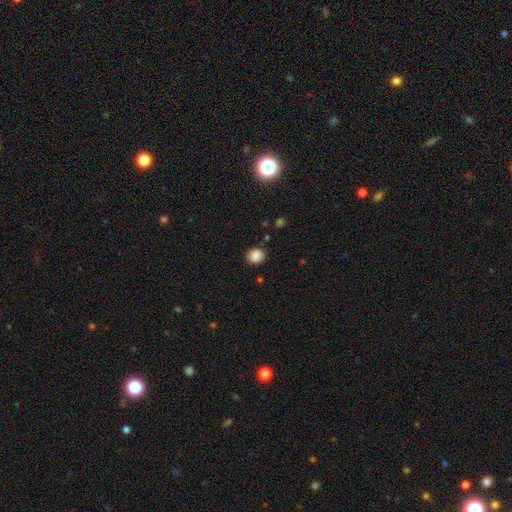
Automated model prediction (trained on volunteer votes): Q: Smooth or featured?
A: smooth (87%); runner-up: star or artifact (10%)
Q: How rounded?
A: round (80%); runner-up: in between (19%)
Q: Merging?
A: none (87%); runner-up: minor disturbance (9%)